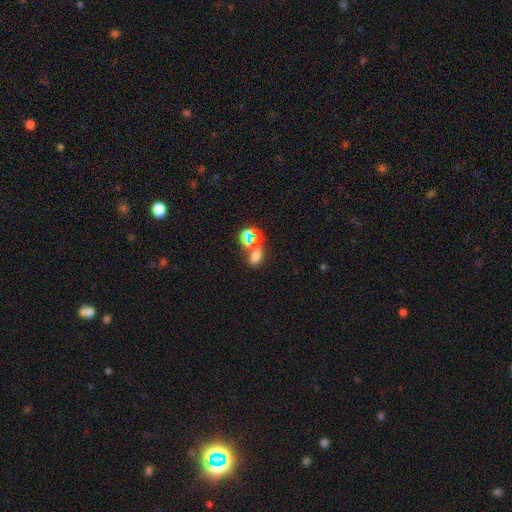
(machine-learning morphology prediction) The model was most divided on "merging": none: 51%, merger: 33%, minor disturbance: 10%, major disturbance: 6%. More confident: how rounded — in between (73%); smooth or featured — smooth (59%).